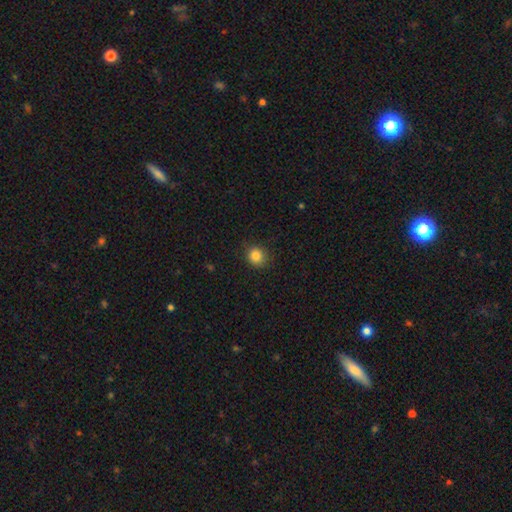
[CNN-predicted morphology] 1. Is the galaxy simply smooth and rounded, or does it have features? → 84% smooth, 11% star or artifact, 5% featured or disk.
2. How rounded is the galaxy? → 85% round, 14% in between, 1% cigar-shaped.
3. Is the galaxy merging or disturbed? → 87% none, 9% minor disturbance, 2% major disturbance, 1% merger.